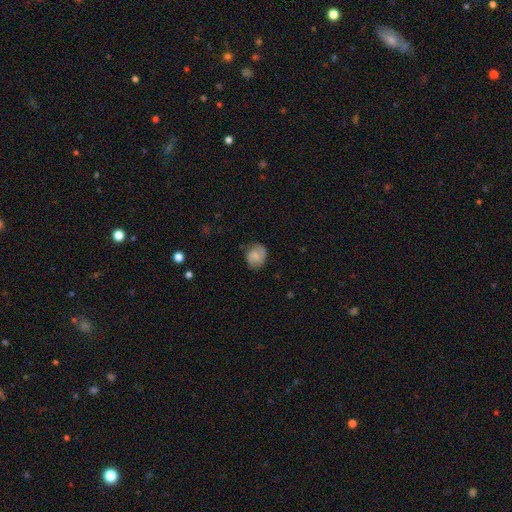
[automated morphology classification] smooth_or_featured: smooth (p=0.47) [alt: featured or disk p=0.45]
merging: none (p=0.74) [alt: minor disturbance p=0.19]